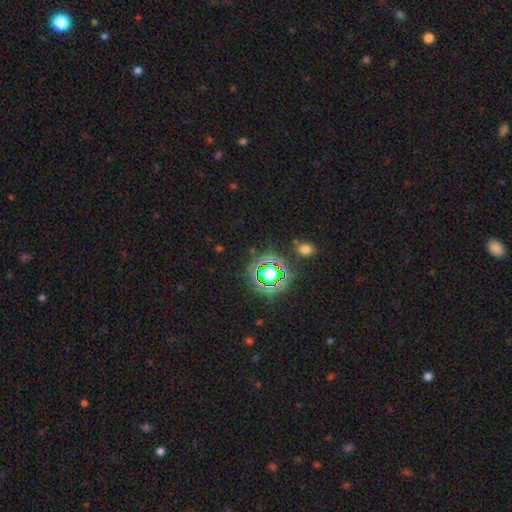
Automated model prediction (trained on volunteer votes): A star or artifact, not a galaxy (79%).